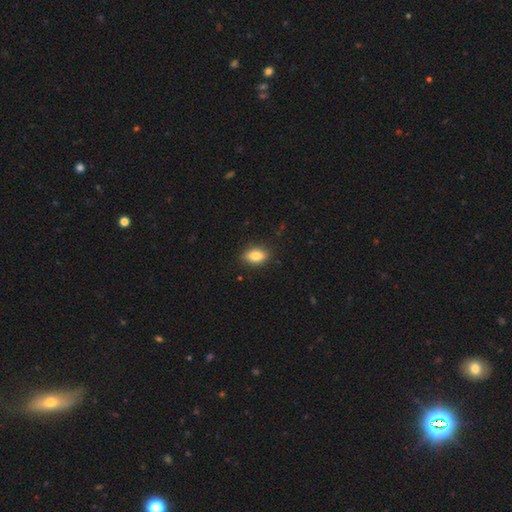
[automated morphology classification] Smooth or featured?
  - smooth: 81% *
  - featured or disk: 10%
  - star or artifact: 8%
How rounded?
  - in between: 83% *
  - round: 11%
  - cigar-shaped: 7%
Merging?
  - none: 84% *
  - minor disturbance: 13%
  - major disturbance: 2%
  - merger: 1%